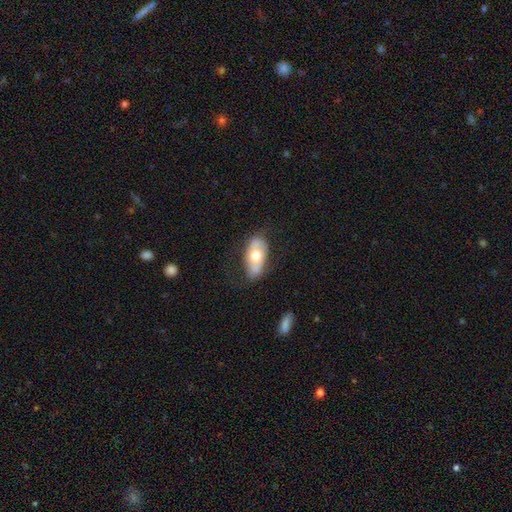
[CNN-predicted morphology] Q: Smooth or featured?
A: smooth (58%); runner-up: featured or disk (36%)
Q: How rounded?
A: in between (91%); runner-up: cigar-shaped (5%)
Q: Merging?
A: none (71%); runner-up: minor disturbance (21%)